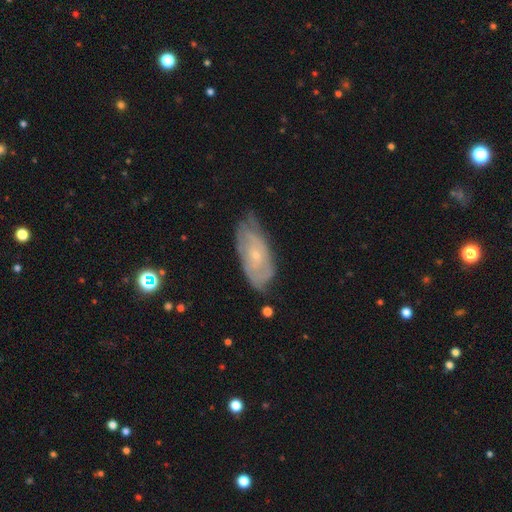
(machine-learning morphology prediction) Smooth or featured? featured or disk (64%)
Edge-on disk? no (89%)
Bar? no (78%)
Spiral arms? yes (74%)
Bulge size? small (77%)
Merging? none (65%)